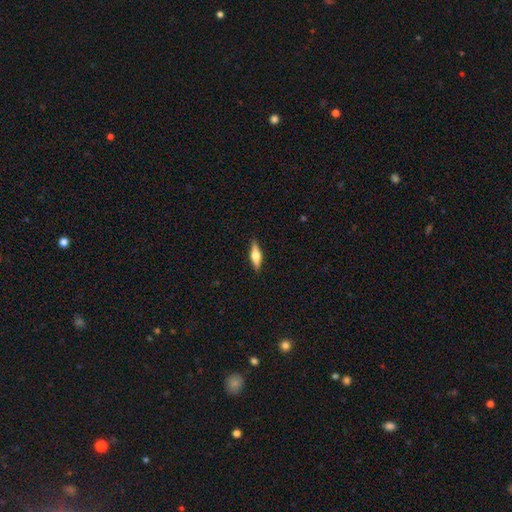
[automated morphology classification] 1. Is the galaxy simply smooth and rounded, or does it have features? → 49% featured or disk, 45% smooth, 6% star or artifact.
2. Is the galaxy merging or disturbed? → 89% none, 8% minor disturbance, 2% major disturbance, 1% merger.